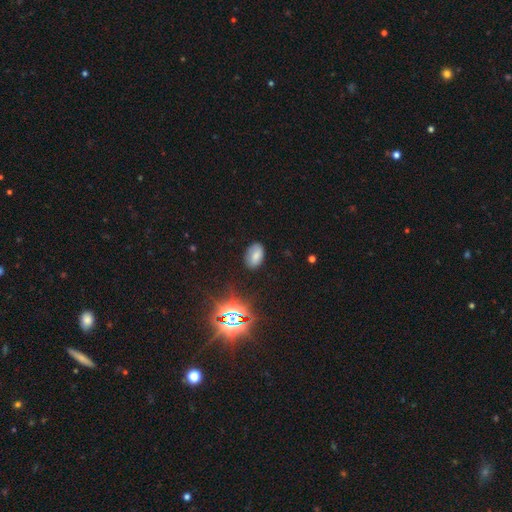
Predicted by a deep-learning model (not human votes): This is likely a smooth galaxy (71%). How rounded: clearly in between (90%). Merging: clearly none (80%).